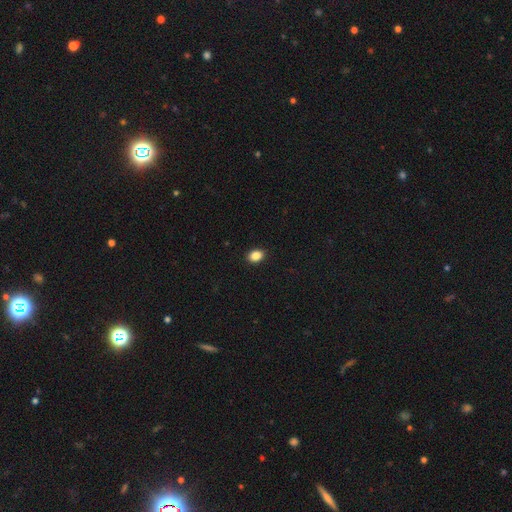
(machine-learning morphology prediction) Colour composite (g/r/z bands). It shows a smooth galaxy with no disk features (87%) that is in between round and cigar-shaped (67%). Merging: none (91%).